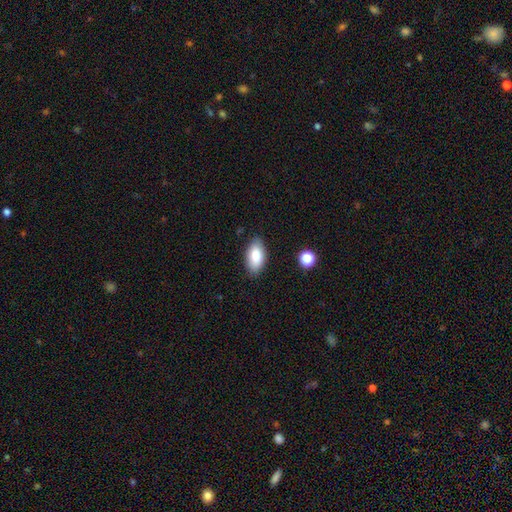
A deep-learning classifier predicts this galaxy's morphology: Smooth or featured: smooth — 82% (featured or disk — 11%)
How rounded: in between — 93% (round — 4%)
Merging: none — 85% (minor disturbance — 11%)